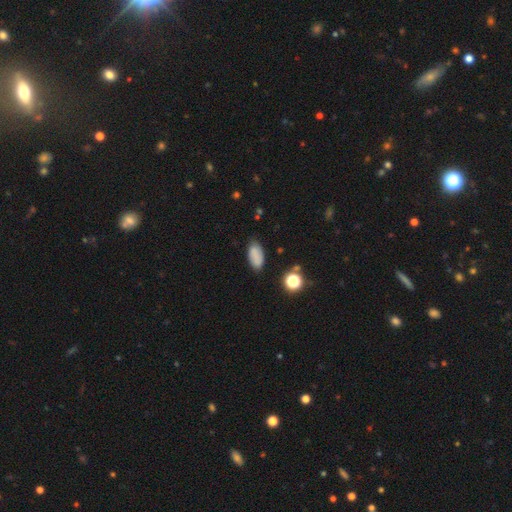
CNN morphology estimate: Smooth or featured: smooth — 81% (star or artifact — 11%)
How rounded: in between — 92% (cigar-shaped — 4%)
Merging: none — 76% (minor disturbance — 17%)